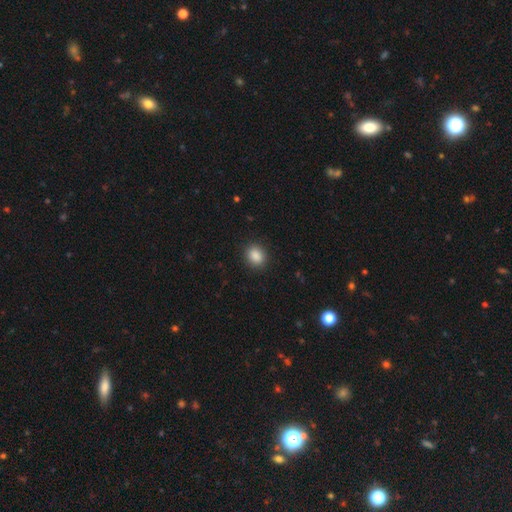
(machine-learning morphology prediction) This appears to be a smooth galaxy with no disk features (88%) that is round (62%). Merging: none (90%).